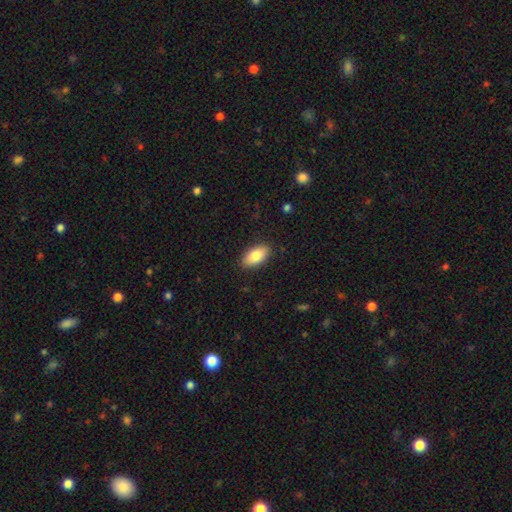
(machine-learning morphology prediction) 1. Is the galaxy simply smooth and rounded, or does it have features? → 82% smooth, 11% featured or disk, 6% star or artifact.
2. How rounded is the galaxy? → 92% in between, 5% cigar-shaped, 3% round.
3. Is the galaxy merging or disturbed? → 89% none, 8% minor disturbance, 2% major disturbance, 1% merger.